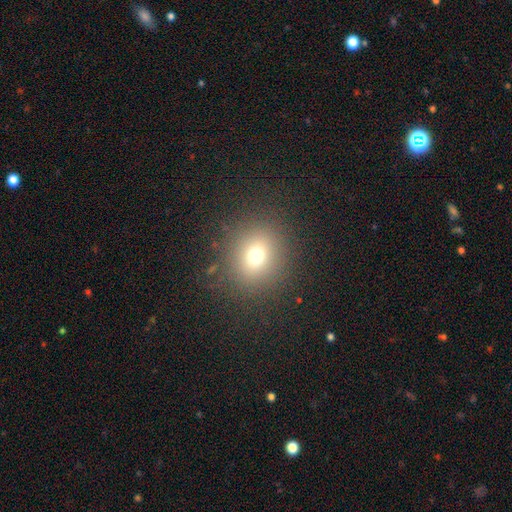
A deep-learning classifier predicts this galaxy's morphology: A smooth galaxy with no disk features (70%) that is round (82%).

Vote fractions:
- Smooth or featured? smooth: 70% / star or artifact: 19% / featured or disk: 11%
- How rounded? round: 82% / in between: 17% / cigar-shaped: 1%
- Merging? none: 85% / minor disturbance: 8% / major disturbance: 5% / merger: 1%